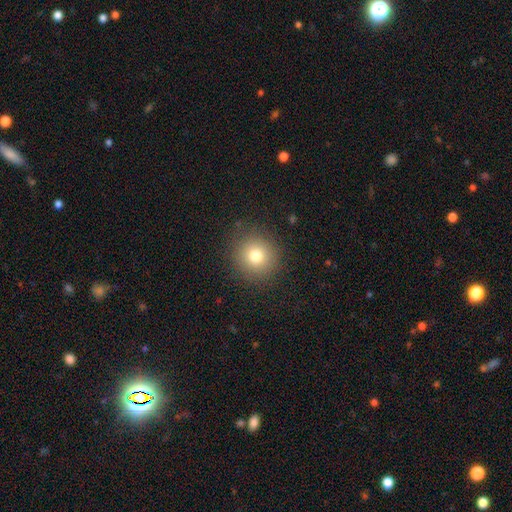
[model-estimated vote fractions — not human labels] A smooth galaxy with no disk features (77%) that is round (91%).

Vote fractions:
- Smooth or featured? smooth: 77% / star or artifact: 13% / featured or disk: 10%
- How rounded? round: 91% / in between: 9% / cigar-shaped: 1%
- Merging? none: 88% / minor disturbance: 8% / major disturbance: 3% / merger: 1%